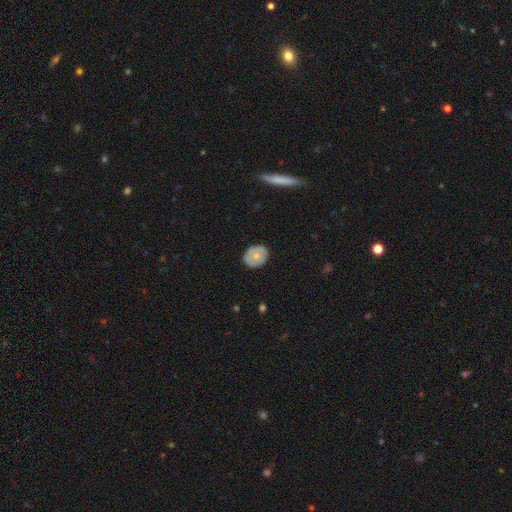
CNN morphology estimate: type=smooth (57%); roundness=round (61%); merging=none (82%).